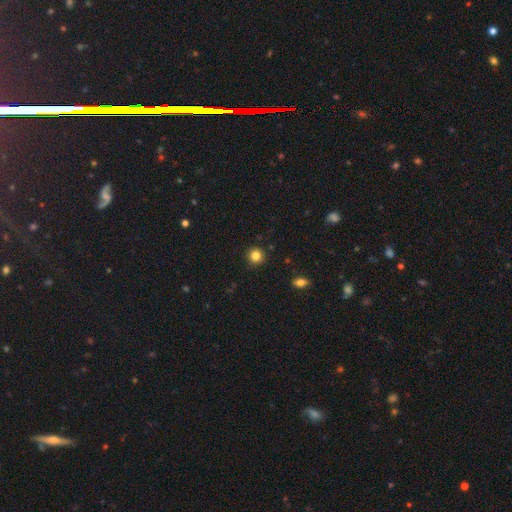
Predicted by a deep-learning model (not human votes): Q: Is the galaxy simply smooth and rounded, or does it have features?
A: smooth — 83%.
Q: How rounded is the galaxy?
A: round — 93%.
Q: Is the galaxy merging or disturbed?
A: none — 91%.